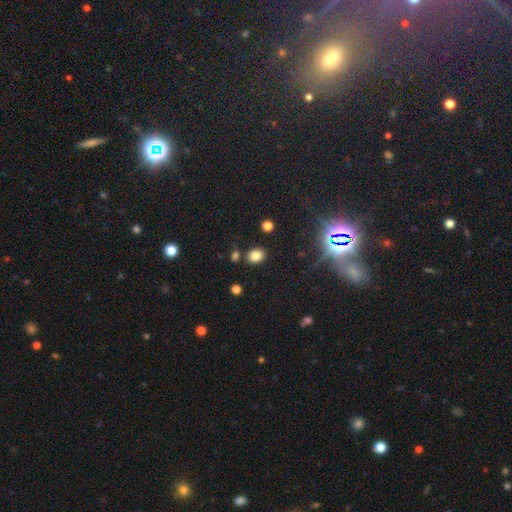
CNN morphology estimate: This appears to be a smooth galaxy with no disk features (81%) that is in between round and cigar-shaped (58%). Merging: none (79%).